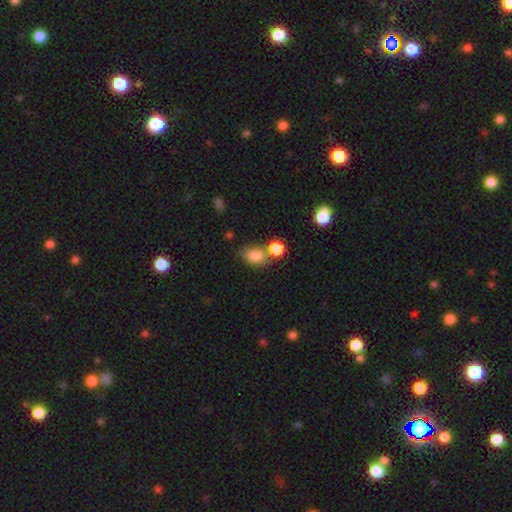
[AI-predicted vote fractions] Smooth or featured: smooth — 82% (star or artifact — 10%)
How rounded: in between — 62% (round — 37%)
Merging: none — 45% (merger — 38%)